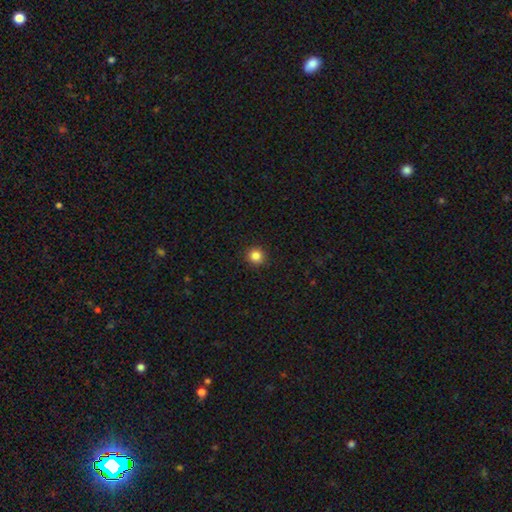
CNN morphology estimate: A smooth galaxy with no disk features (84%) that is round (94%).

Vote fractions:
- Smooth or featured? smooth: 84% / star or artifact: 11% / featured or disk: 4%
- How rounded? round: 94% / in between: 5% / cigar-shaped: 1%
- Merging? none: 93% / minor disturbance: 5% / major disturbance: 2% / merger: 1%